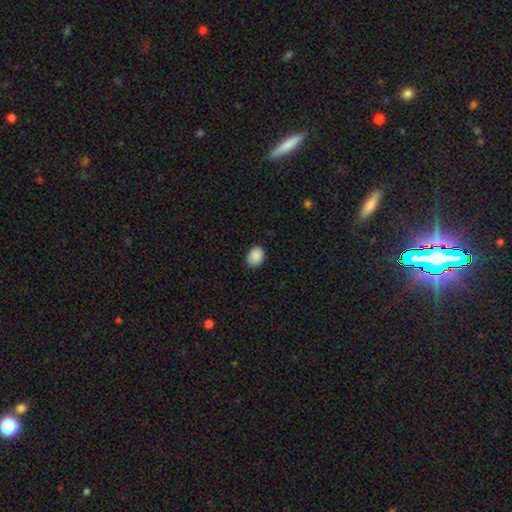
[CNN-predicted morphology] Smooth or featured? Predicted: smooth (p=0.90). How rounded? Predicted: in between (p=0.67). Merging? Predicted: none (p=0.86).